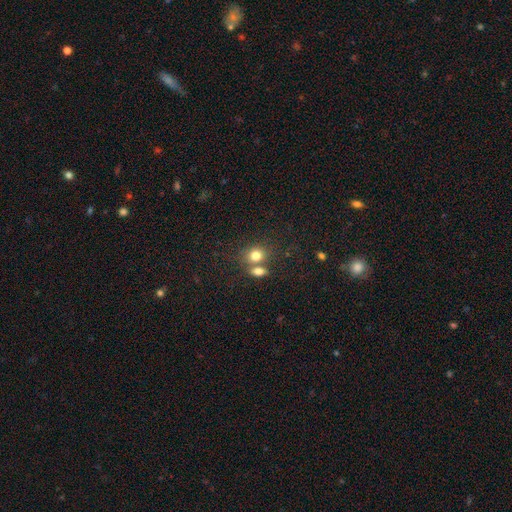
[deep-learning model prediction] smooth-or-featured: smooth: 79% | star or artifact: 11% | featured or disk: 10%
  how-rounded: round: 59% | in between: 39% | cigar-shaped: 1%
  merging: none: 46% | merger: 42% | minor disturbance: 9% | major disturbance: 3%